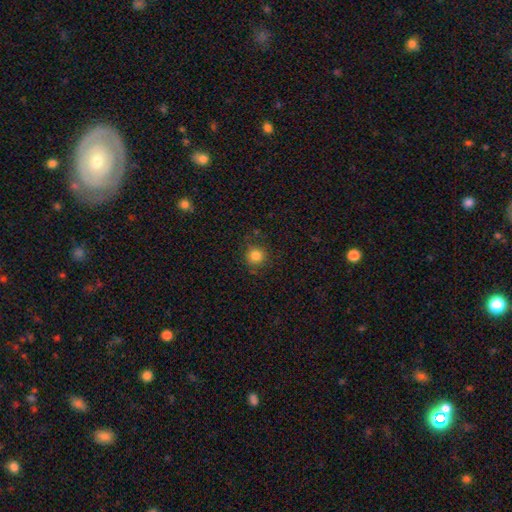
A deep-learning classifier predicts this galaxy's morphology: Smooth or featured?
  - smooth: 83% *
  - star or artifact: 12%
  - featured or disk: 5%
How rounded?
  - round: 92% *
  - in between: 7%
  - cigar-shaped: 1%
Merging?
  - none: 85% *
  - minor disturbance: 10%
  - major disturbance: 3%
  - merger: 2%